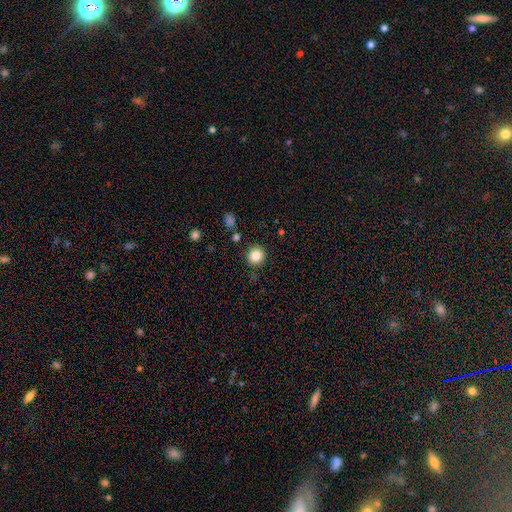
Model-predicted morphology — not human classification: Smooth or featured? Predicted: smooth (p=0.85). How rounded? Predicted: round (p=0.90). Merging? Predicted: none (p=0.88).